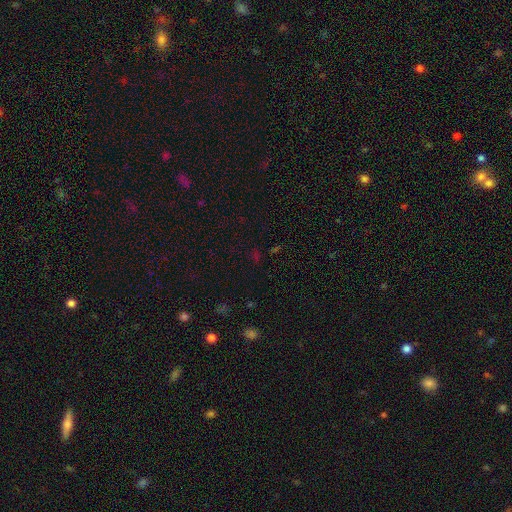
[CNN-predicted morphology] smooth-or-featured: star or artifact: 65% | smooth: 26% | featured or disk: 8%